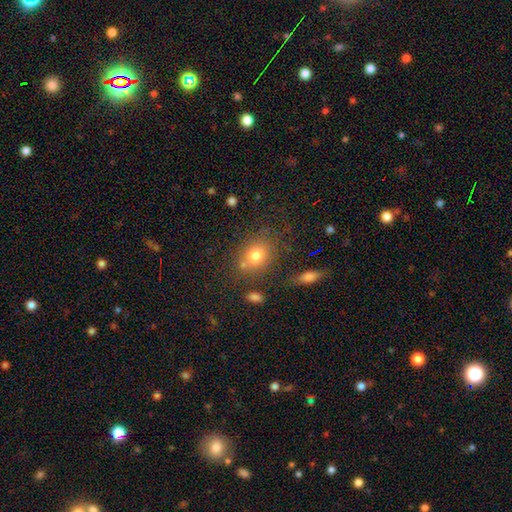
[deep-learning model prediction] A smooth galaxy with no disk features (78%) that is round (56%). Merging: none (67%).